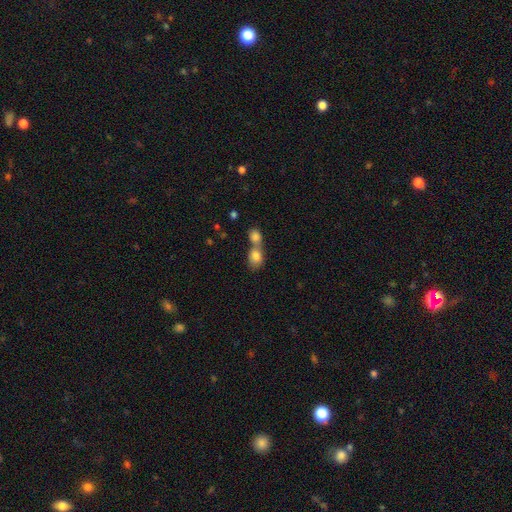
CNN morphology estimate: Q: Smooth or featured?
A: smooth (81%); runner-up: featured or disk (10%)
Q: How rounded?
A: in between (62%); runner-up: round (36%)
Q: Merging?
A: merger (67%); runner-up: none (25%)